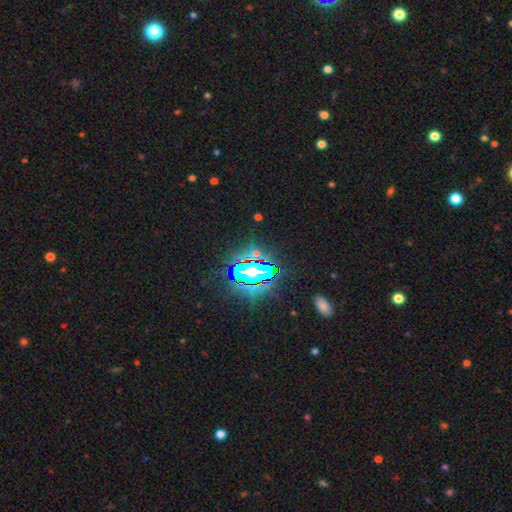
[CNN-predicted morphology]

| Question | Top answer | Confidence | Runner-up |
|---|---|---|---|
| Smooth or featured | star or artifact | 73% | smooth (14%) |